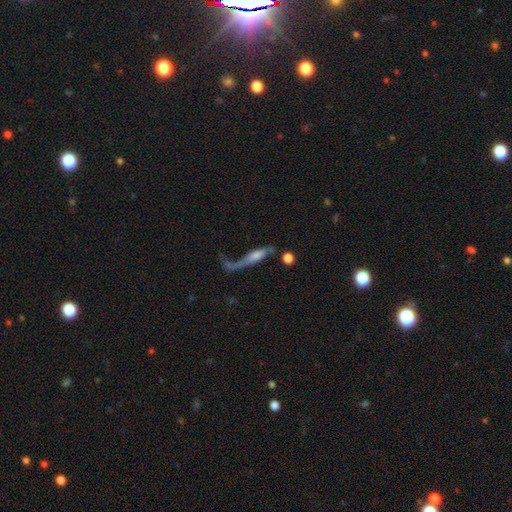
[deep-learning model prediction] Overall: featured or disk (56%; smooth 35%). Edge-on disk: no (55%; yes 45%). Merging: major disturbance (36%; none 29%).